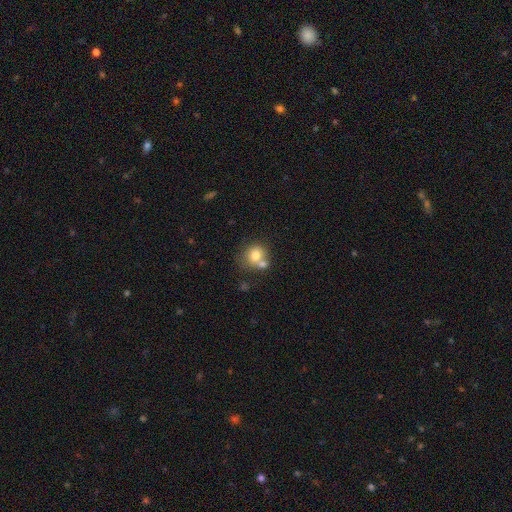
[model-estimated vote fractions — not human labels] Smooth or featured: smooth — 74% (featured or disk — 15%)
How rounded: round — 78% (in between — 22%)
Merging: none — 44% (merger — 40%)